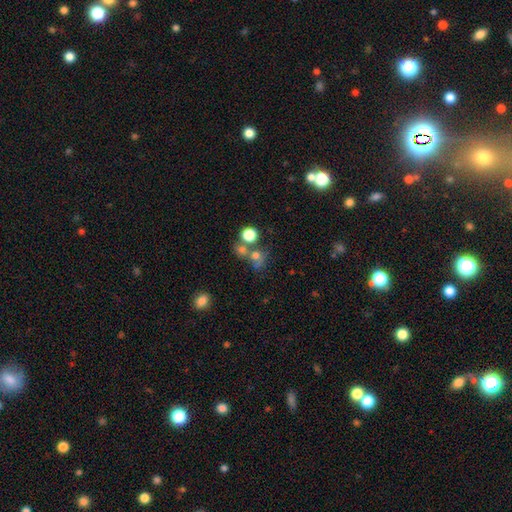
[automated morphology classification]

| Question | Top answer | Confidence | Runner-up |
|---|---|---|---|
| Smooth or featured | smooth | 66% | star or artifact (20%) |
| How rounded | round | 81% | in between (18%) |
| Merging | none | 45% | merger (37%) |